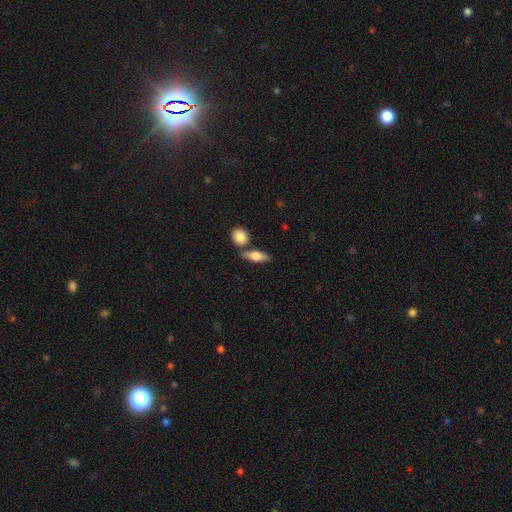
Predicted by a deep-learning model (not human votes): Smooth or featured: smooth — 61% (featured or disk — 32%)
How rounded: in between — 58% (cigar-shaped — 34%)
Merging: none — 67% (merger — 19%)